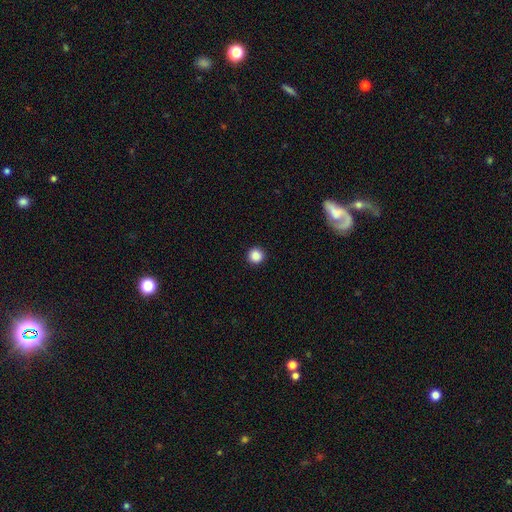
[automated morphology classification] This is clearly a smooth galaxy (88%). How rounded: clearly round (95%). Merging: clearly none (93%).